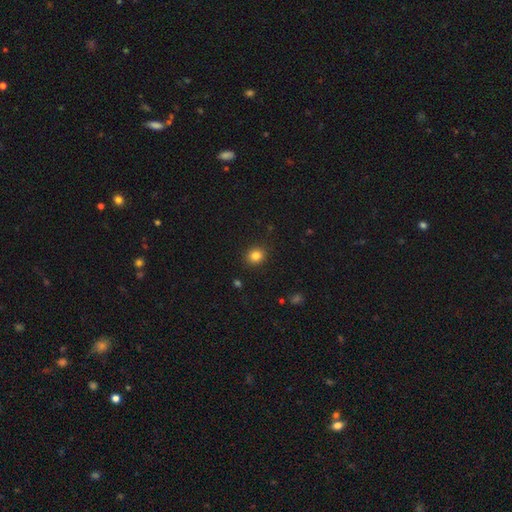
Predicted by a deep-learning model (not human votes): smooth-or-featured: smooth: 83% | star or artifact: 12% | featured or disk: 5%
  how-rounded: round: 77% | in between: 22% | cigar-shaped: 1%
  merging: none: 90% | minor disturbance: 7% | major disturbance: 2% | merger: 1%